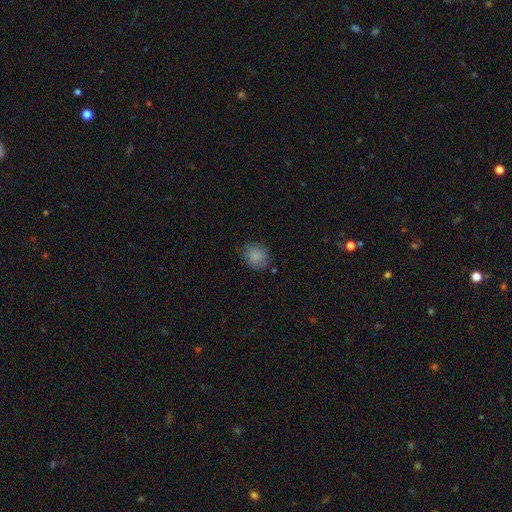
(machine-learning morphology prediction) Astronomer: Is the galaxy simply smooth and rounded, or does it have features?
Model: smooth — 81%.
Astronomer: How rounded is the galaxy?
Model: round — 70%.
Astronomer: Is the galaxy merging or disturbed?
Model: none — 71%.